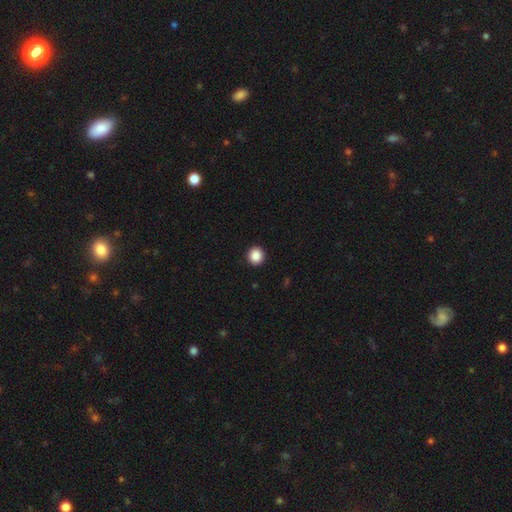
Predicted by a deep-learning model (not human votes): A smooth galaxy with no disk features (88%) that is round (92%). Merging: none (93%).